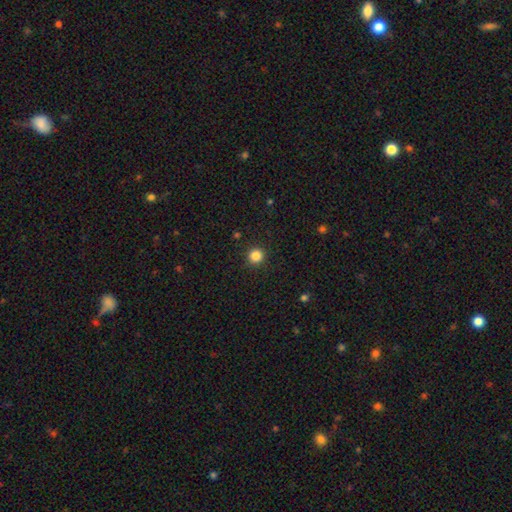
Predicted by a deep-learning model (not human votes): smooth_or_featured: smooth (p=0.85) [alt: star or artifact p=0.12]
how_rounded: round (p=0.94) [alt: in between p=0.05]
merging: none (p=0.92) [alt: minor disturbance p=0.05]